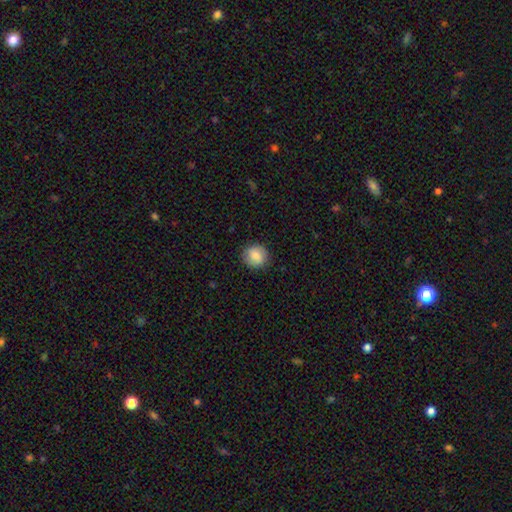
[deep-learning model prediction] Smooth or featured? Predicted: smooth (p=0.78). How rounded? Predicted: round (p=0.89). Merging? Predicted: none (p=0.88).